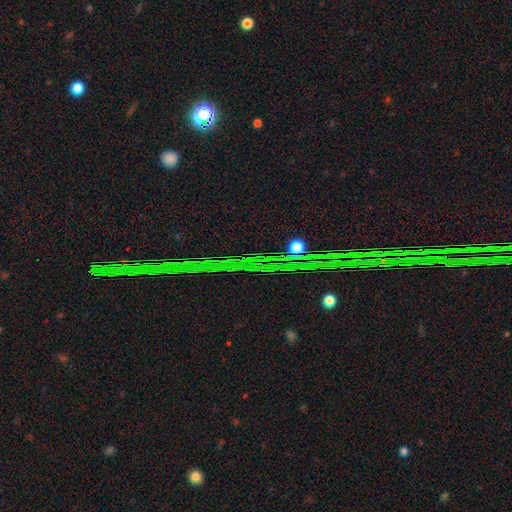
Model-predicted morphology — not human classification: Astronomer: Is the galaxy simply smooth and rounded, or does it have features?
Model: star or artifact — 81%.